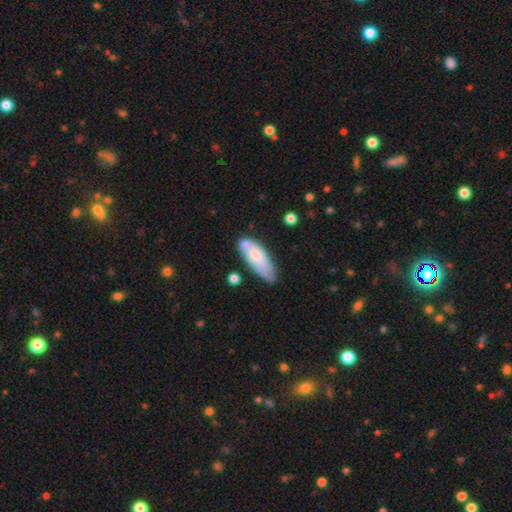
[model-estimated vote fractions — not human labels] Smooth or featured: smooth — 68% (featured or disk — 26%)
How rounded: in between — 70% (cigar-shaped — 28%)
Merging: none — 57% (minor disturbance — 26%)